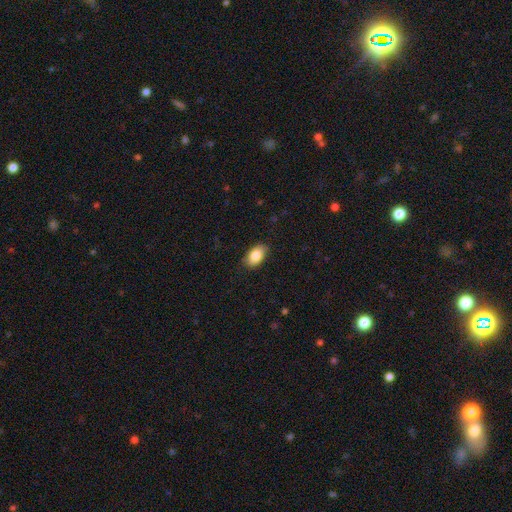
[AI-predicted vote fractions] The model was most divided on "merging": none: 84%, minor disturbance: 12%, major disturbance: 2%, merger: 1%. More confident: how rounded — in between (92%); smooth or featured — smooth (85%).